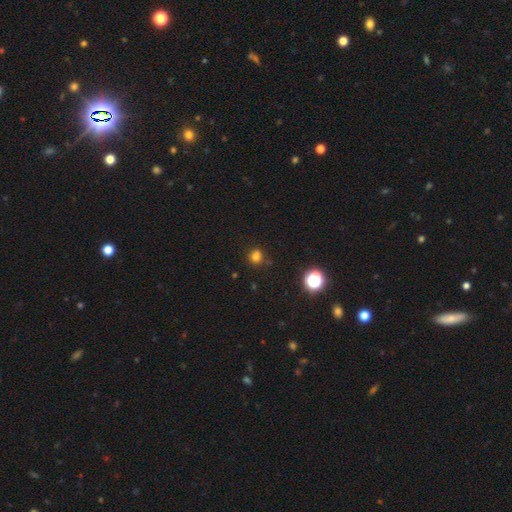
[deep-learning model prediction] A smooth galaxy with no disk features (75%) that is round (84%).

Vote fractions:
- Smooth or featured? smooth: 75% / star or artifact: 19% / featured or disk: 5%
- How rounded? round: 84% / in between: 15% / cigar-shaped: 1%
- Merging? none: 77% / minor disturbance: 12% / merger: 7% / major disturbance: 3%